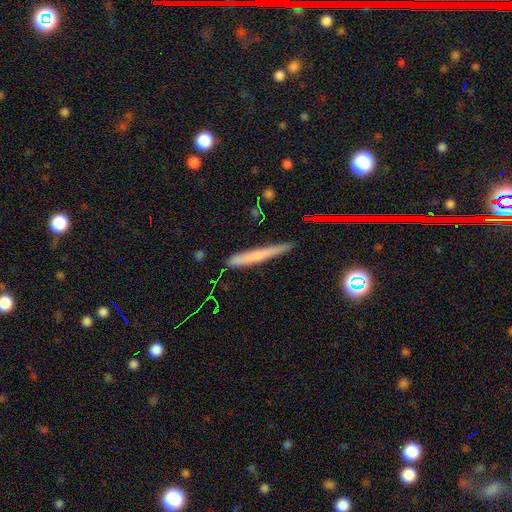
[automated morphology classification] A smooth galaxy with no disk features (58%) that is cigar-shaped (95%). Merging: none (80%).